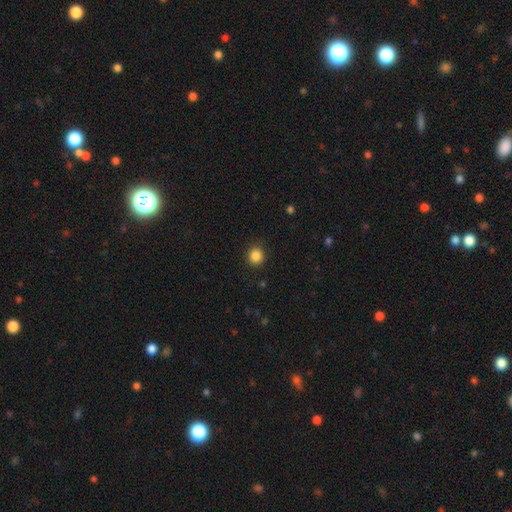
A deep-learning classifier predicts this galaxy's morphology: This appears to be a smooth galaxy with no disk features (86%) that is round (87%). Merging: none (90%).